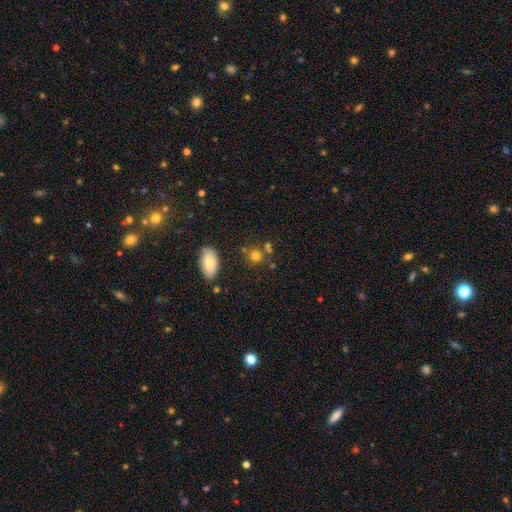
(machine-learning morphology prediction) This is likely a smooth galaxy (77%). How rounded: clearly round (82%). Merging: likely none (69%).